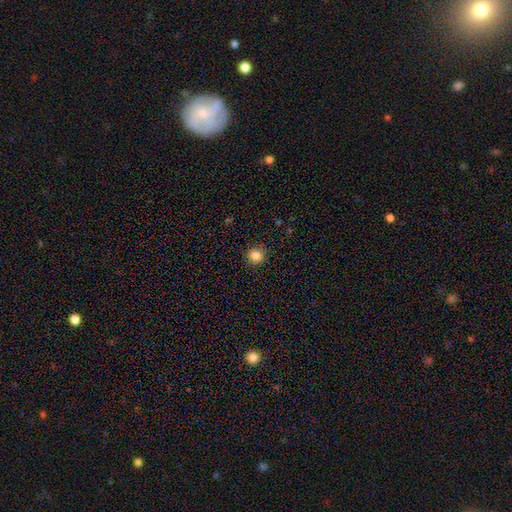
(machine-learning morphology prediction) A smooth galaxy with no disk features (83%) that is round (92%).

Vote fractions:
- Smooth or featured? smooth: 83% / star or artifact: 12% / featured or disk: 5%
- How rounded? round: 92% / in between: 7% / cigar-shaped: 1%
- Merging? none: 91% / minor disturbance: 6% / major disturbance: 2% / merger: 1%